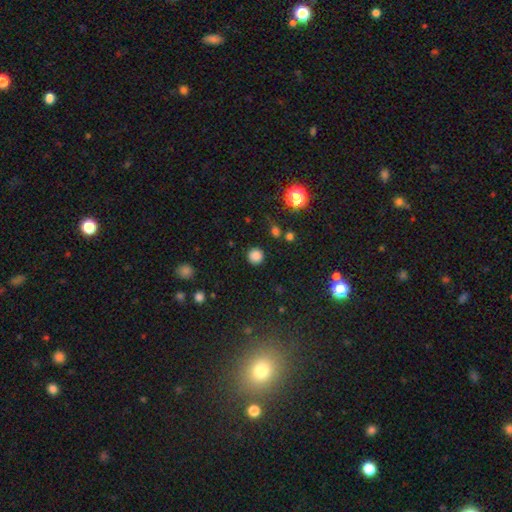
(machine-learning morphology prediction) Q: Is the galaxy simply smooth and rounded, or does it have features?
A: smooth — 82%.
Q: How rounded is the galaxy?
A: round — 94%.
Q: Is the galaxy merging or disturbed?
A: none — 89%.